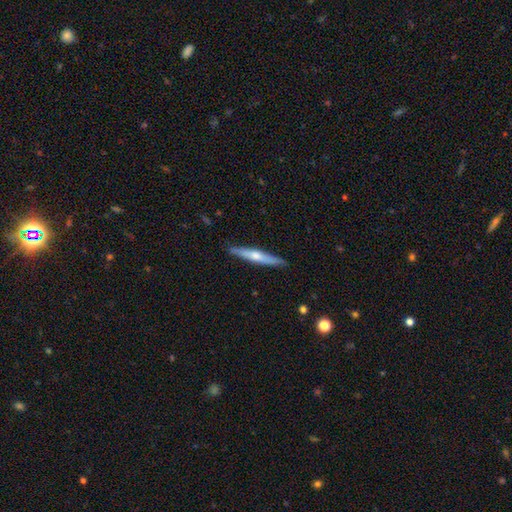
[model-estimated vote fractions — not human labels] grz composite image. It shows a featured or disk galaxy (56%) viewed edge-on (95%) with a rounded central bulge (75%). Merging: none (90%).